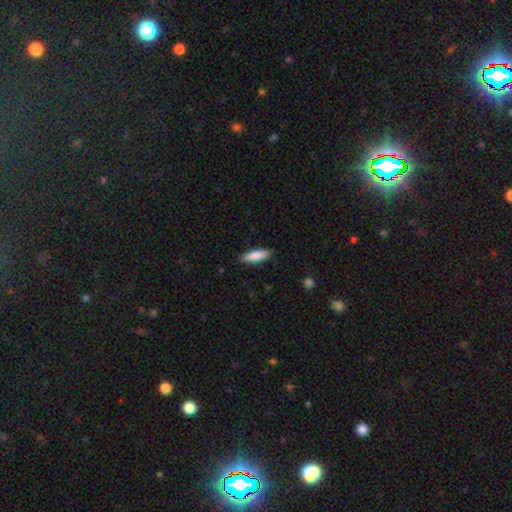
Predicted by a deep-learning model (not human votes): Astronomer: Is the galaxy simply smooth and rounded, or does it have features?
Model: smooth — 86%.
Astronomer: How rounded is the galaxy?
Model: in between — 53% (runner-up: cigar-shaped, 46%).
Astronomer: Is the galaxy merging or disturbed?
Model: none — 87%.